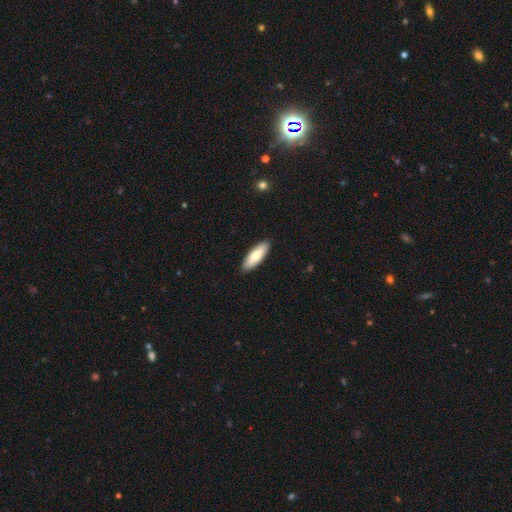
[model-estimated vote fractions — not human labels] This appears to be a smooth galaxy with no disk features (74%) that is in between round and cigar-shaped (56%). Merging: none (90%).